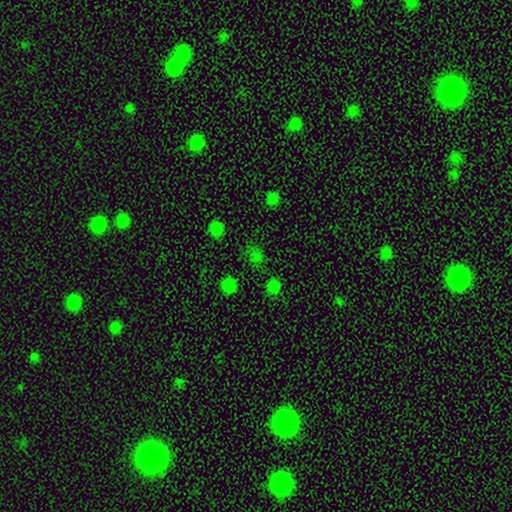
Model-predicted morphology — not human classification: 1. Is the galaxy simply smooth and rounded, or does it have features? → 48% smooth, 46% star or artifact, 7% featured or disk.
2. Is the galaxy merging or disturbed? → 79% none, 11% minor disturbance, 5% major disturbance, 5% merger.